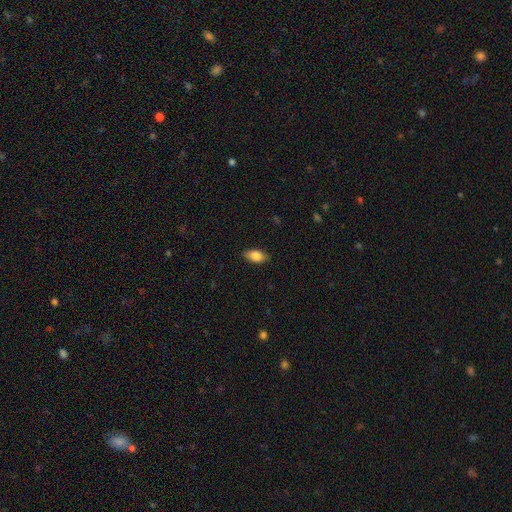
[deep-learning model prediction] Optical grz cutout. It shows a smooth galaxy with no disk features (84%) that is in between round and cigar-shaped (90%). Merging: none (85%).